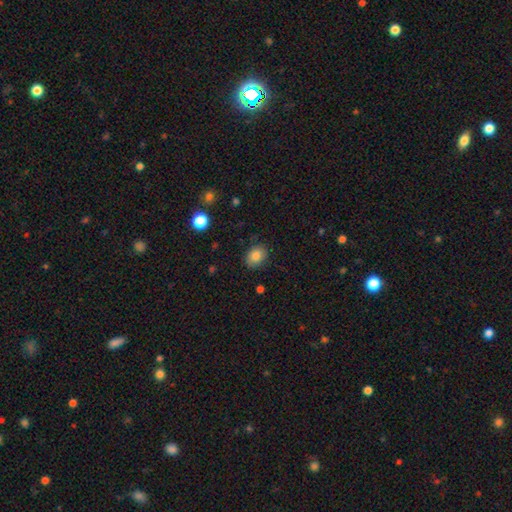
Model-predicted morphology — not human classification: Smooth or featured? Predicted: smooth (p=0.82). How rounded? Predicted: in between (p=0.57). Merging? Predicted: none (p=0.82).